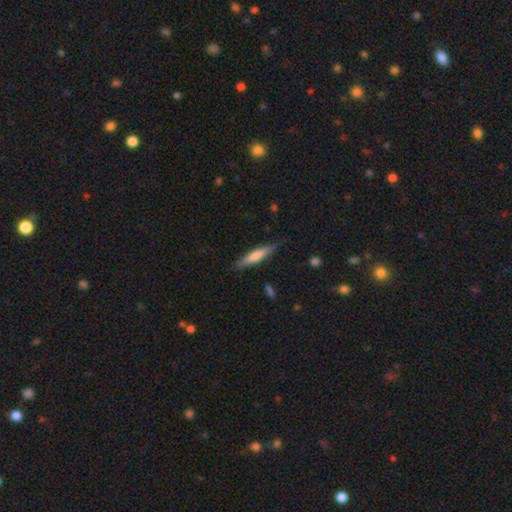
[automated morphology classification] This is likely a smooth galaxy (68%). How rounded: clearly cigar-shaped (86%). Merging: clearly none (80%).